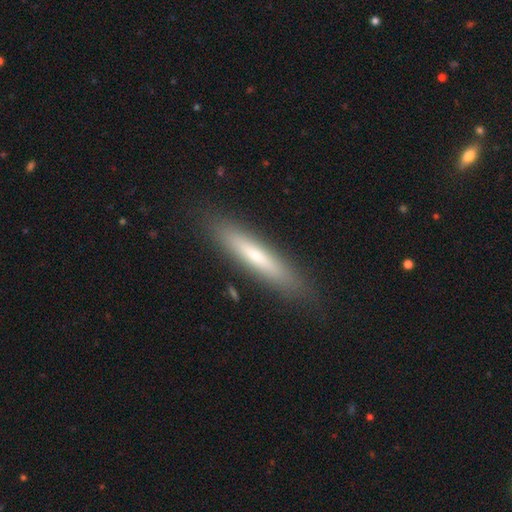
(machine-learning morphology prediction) Smooth or featured? smooth (59%)
How rounded? cigar-shaped (90%)
Merging? none (87%)